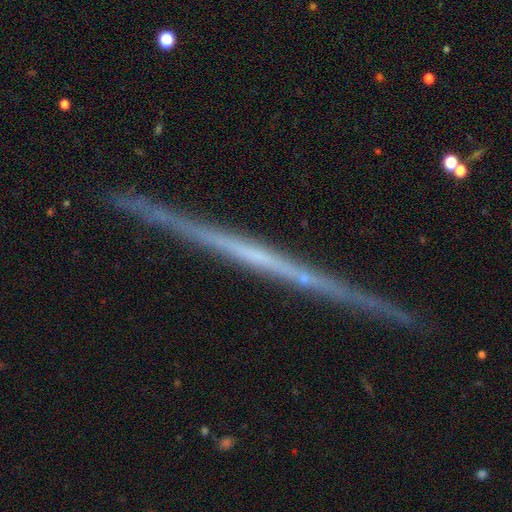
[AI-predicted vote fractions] This appears to be a featured or disk galaxy (72%) viewed edge-on (97%) with no central bulge (87%). Merging: none (91%).